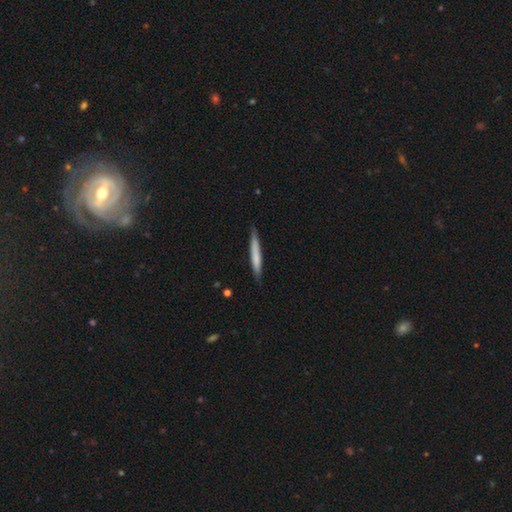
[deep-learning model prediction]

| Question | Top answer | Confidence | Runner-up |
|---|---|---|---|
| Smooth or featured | smooth | 68% | featured or disk (26%) |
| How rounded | cigar-shaped | 96% | in between (3%) |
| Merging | none | 87% | minor disturbance (10%) |